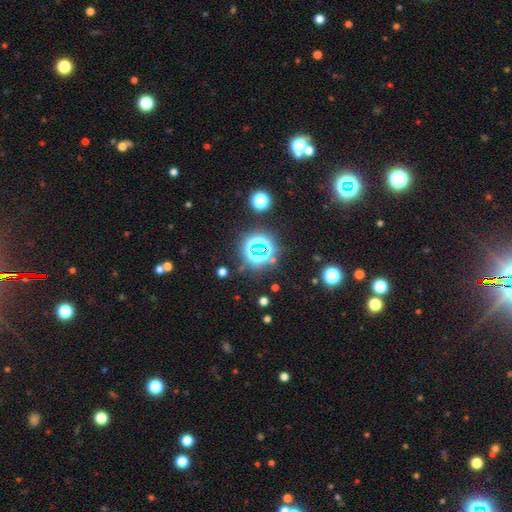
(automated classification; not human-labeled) Smooth or featured: star or artifact — 76% (smooth — 18%)